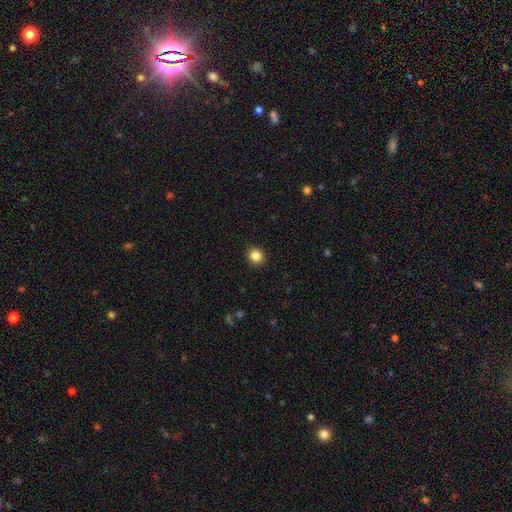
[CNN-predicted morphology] Smooth or featured? Predicted: smooth (p=0.85). How rounded? Predicted: round (p=0.87). Merging? Predicted: none (p=0.92).